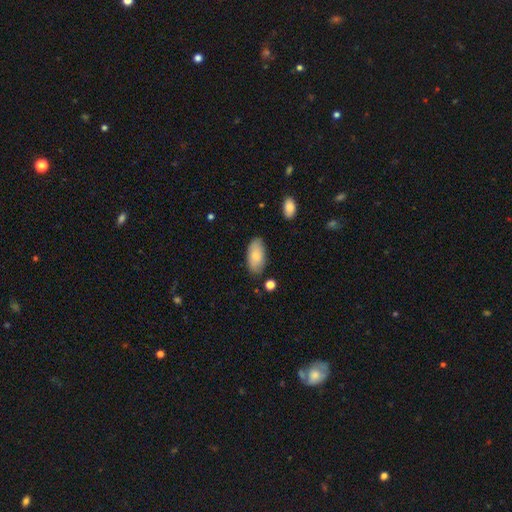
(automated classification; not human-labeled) Smooth or featured?
  - smooth: 81% *
  - featured or disk: 13%
  - star or artifact: 6%
How rounded?
  - in between: 93% *
  - cigar-shaped: 4%
  - round: 2%
Merging?
  - none: 81% *
  - minor disturbance: 14%
  - major disturbance: 3%
  - merger: 2%